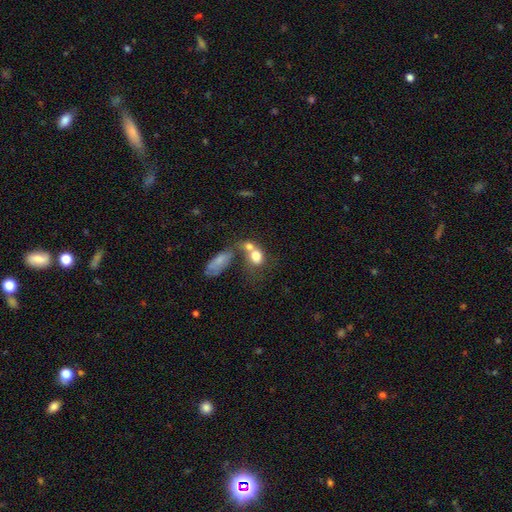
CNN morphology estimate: smooth 72%, featured or disk 18%, star or artifact 10%. Down the decision tree: how rounded — in between (56%); merging — merger (58%).